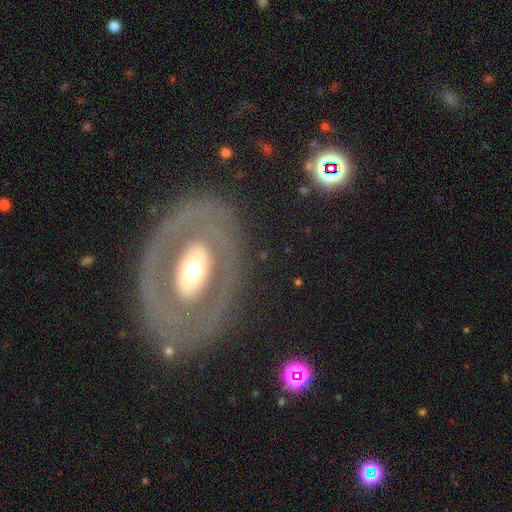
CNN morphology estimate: Smooth or featured?
  - featured or disk: 72% *
  - smooth: 22%
  - star or artifact: 6%
Edge-on disk?
  - no: 92% *
  - yes: 8%
Bar?
  - no: 65% *
  - weak: 20%
  - strong: 15%
Spiral arms?
  - no: 76% *
  - yes: 24%
Bulge size?
  - moderate: 64% *
  - large: 17%
  - small: 16%
  - dominant: 2%
  - none: 1%
Merging?
  - none: 79% *
  - minor disturbance: 12%
  - major disturbance: 7%
  - merger: 2%